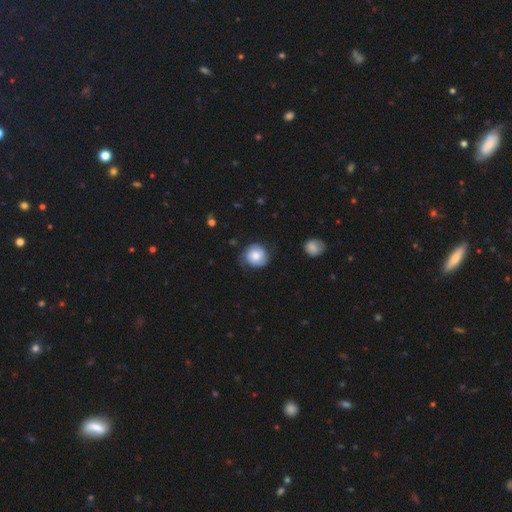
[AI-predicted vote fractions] Morphology: type=smooth (57%); roundness=round (87%); merging=none (71%).